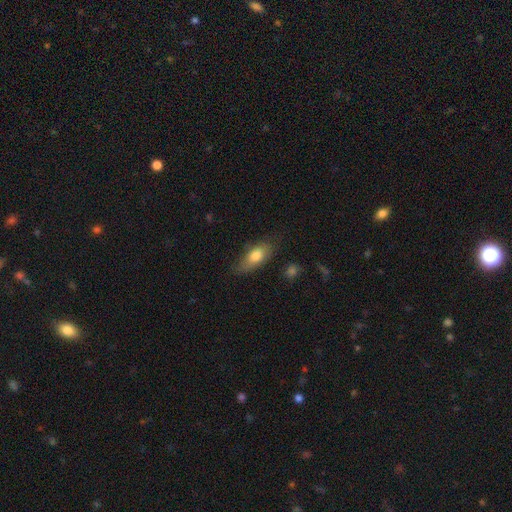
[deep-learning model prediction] This appears to be a smooth galaxy with no disk features (77%) that is in between round and cigar-shaped (82%). Merging: none (69%).